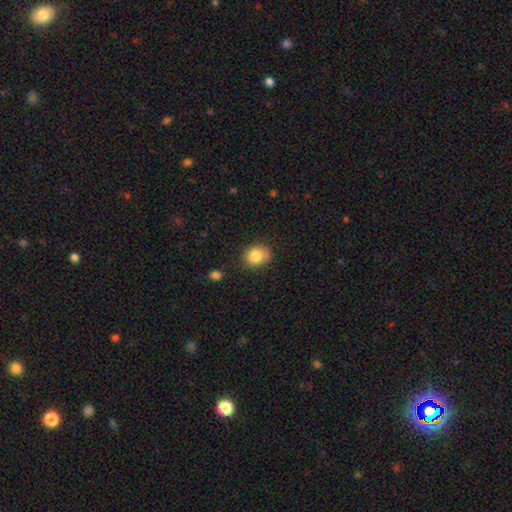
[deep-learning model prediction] smooth_or_featured: smooth (p=0.82) [alt: star or artifact p=0.09]
how_rounded: round (p=0.68) [alt: in between p=0.31]
merging: none (p=0.68) [alt: minor disturbance p=0.23]